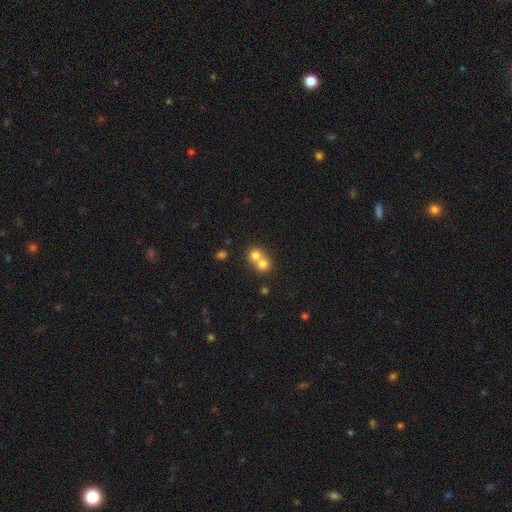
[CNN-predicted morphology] Q: Smooth or featured?
A: smooth (74%); runner-up: featured or disk (15%)
Q: How rounded?
A: round (81%); runner-up: in between (18%)
Q: Merging?
A: merger (65%); runner-up: none (29%)